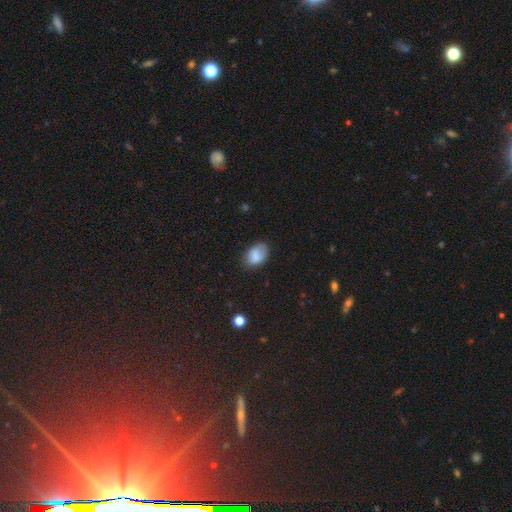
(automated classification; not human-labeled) Morphology: type=smooth (82%); roundness=in between (86%); merging=none (69%).